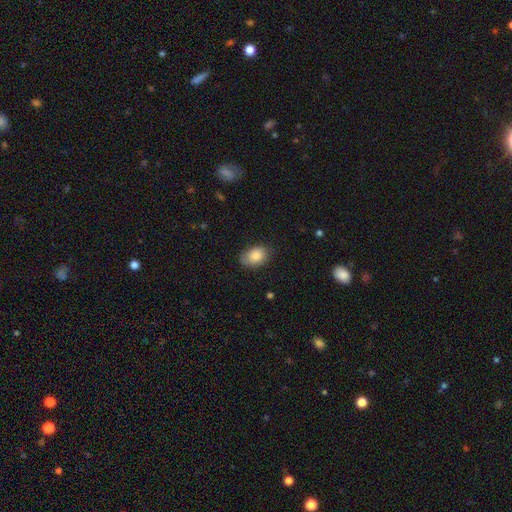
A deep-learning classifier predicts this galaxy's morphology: Smooth or featured?
  - smooth: 82% *
  - featured or disk: 11%
  - star or artifact: 7%
How rounded?
  - in between: 81% *
  - round: 17%
  - cigar-shaped: 1%
Merging?
  - none: 72% *
  - minor disturbance: 22%
  - major disturbance: 5%
  - merger: 1%